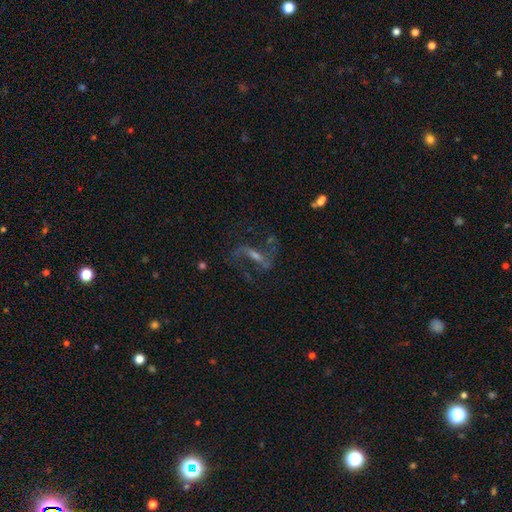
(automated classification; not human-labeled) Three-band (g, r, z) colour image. It shows a featured or disk galaxy (78%) with a strong bar (48%), 2 (88%) loose (64%) spiral arms (91%) and a small central bulge (49%). Merging: none (65%).